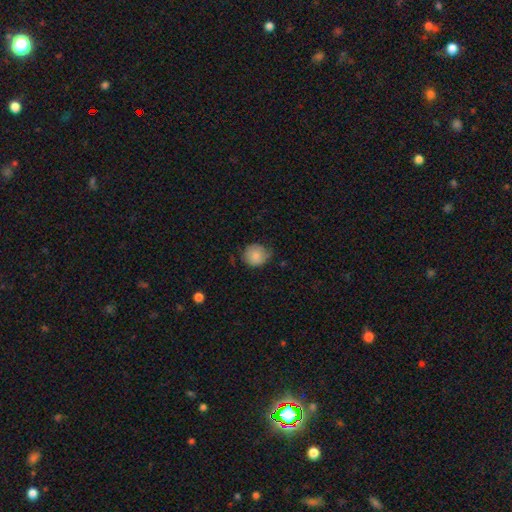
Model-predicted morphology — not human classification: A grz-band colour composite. It shows a smooth galaxy with no disk features (82%) that is round (86%). Merging: none (63%).